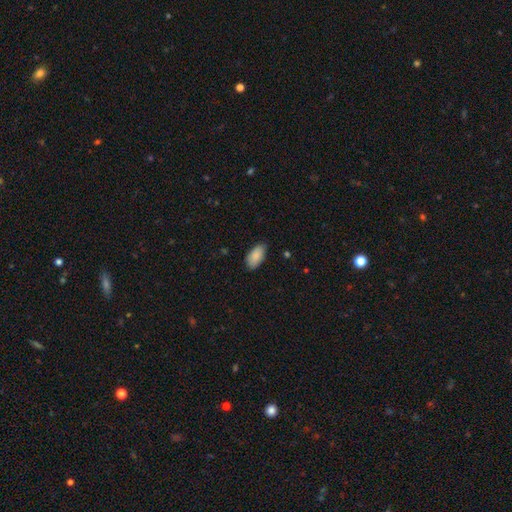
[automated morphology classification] Smooth or featured? smooth (88%)
How rounded? in between (94%)
Merging? none (78%)